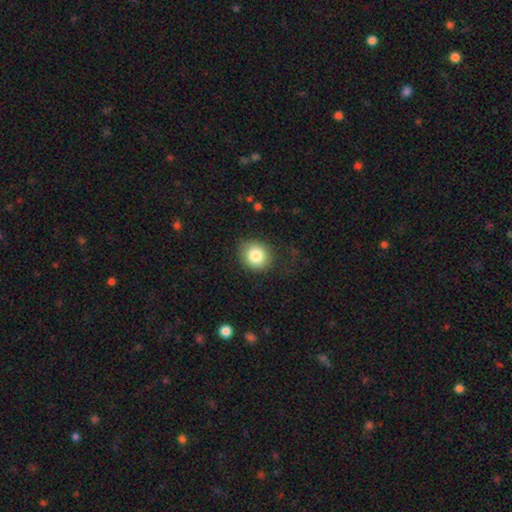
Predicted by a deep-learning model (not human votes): This is clearly a smooth galaxy (83%). How rounded: likely round (78%). Merging: clearly none (80%).